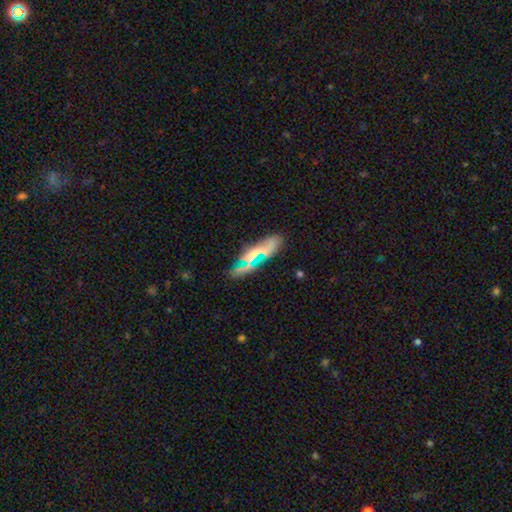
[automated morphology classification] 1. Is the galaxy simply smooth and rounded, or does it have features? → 44% featured or disk, 43% smooth, 13% star or artifact.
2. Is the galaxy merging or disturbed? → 70% none, 17% minor disturbance, 7% major disturbance, 6% merger.